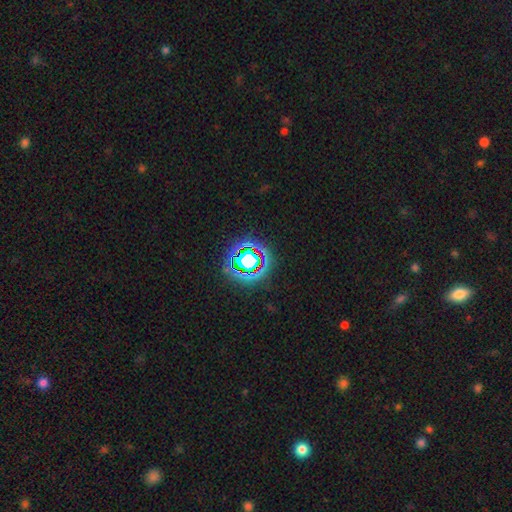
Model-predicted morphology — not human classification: The model was most divided on "smooth or featured": star or artifact: 65%, smooth: 21%, featured or disk: 14%.